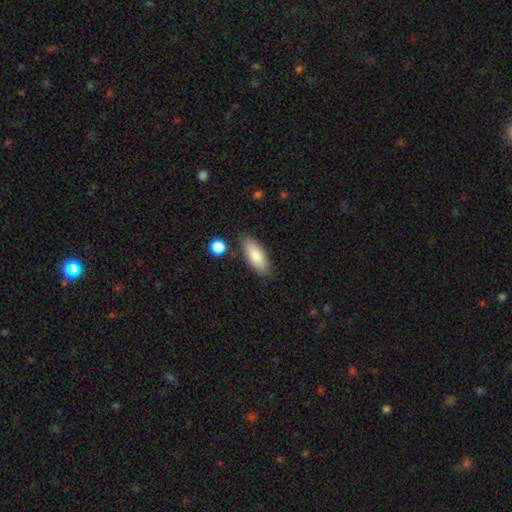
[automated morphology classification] smooth_or_featured: smooth (p=0.83) [alt: featured or disk p=0.11]
how_rounded: in between (p=0.78) [alt: cigar-shaped p=0.20]
merging: none (p=0.83) [alt: minor disturbance p=0.11]